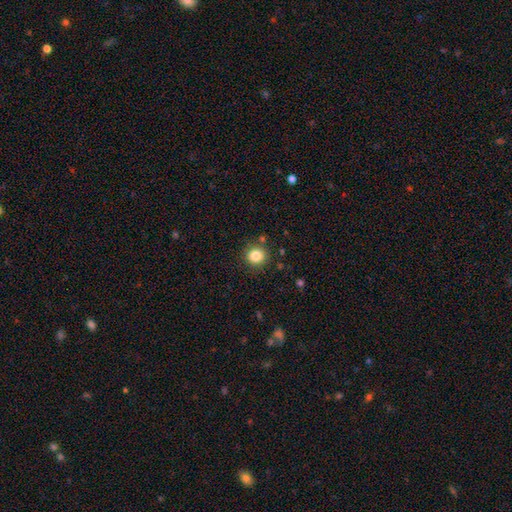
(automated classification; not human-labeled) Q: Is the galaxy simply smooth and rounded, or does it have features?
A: smooth — 84%.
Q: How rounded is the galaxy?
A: round — 91%.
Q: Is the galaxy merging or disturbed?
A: none — 87%.